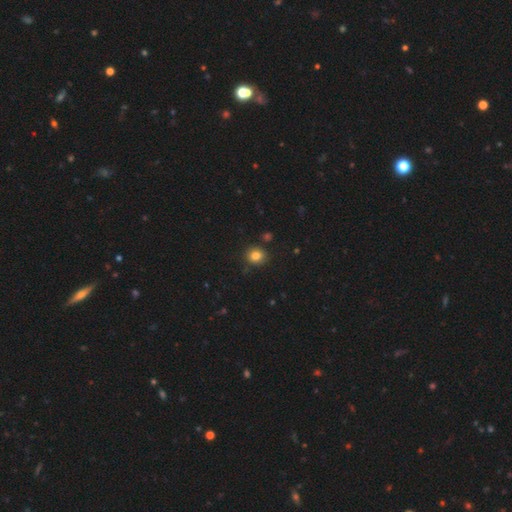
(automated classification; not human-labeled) Smooth or featured: smooth — 82% (star or artifact — 12%)
How rounded: round — 80% (in between — 19%)
Merging: none — 85% (minor disturbance — 10%)